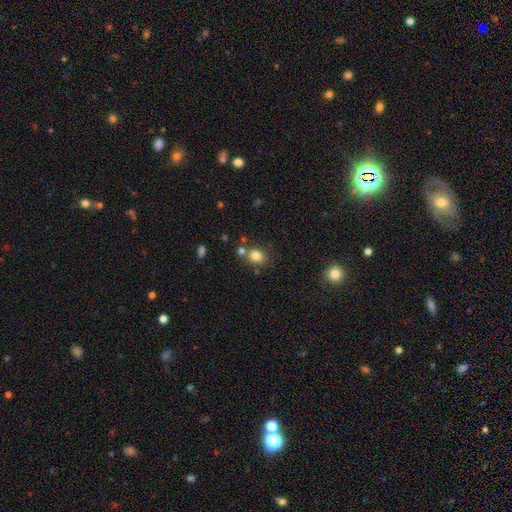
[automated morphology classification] type=smooth (80%); roundness=round (68%); merging=none (66%).